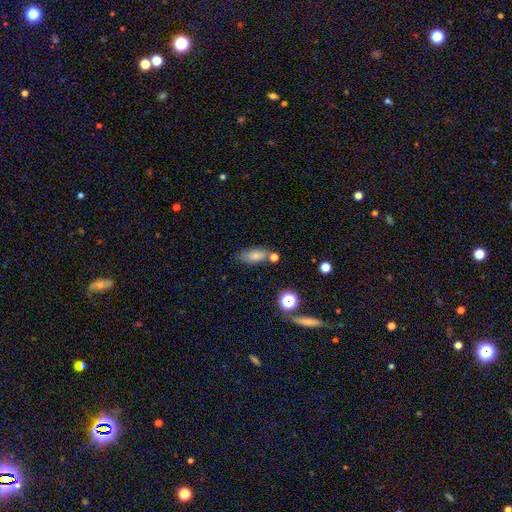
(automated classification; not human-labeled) Q: Smooth or featured?
A: smooth (77%); runner-up: featured or disk (12%)
Q: How rounded?
A: in between (82%); runner-up: cigar-shaped (12%)
Q: Merging?
A: none (63%); runner-up: minor disturbance (19%)